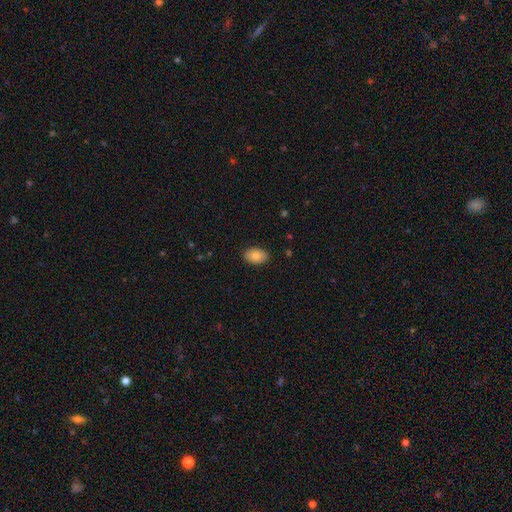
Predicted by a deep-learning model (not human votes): Q: Smooth or featured?
A: smooth (81%); runner-up: featured or disk (12%)
Q: How rounded?
A: in between (88%); runner-up: round (11%)
Q: Merging?
A: none (89%); runner-up: minor disturbance (9%)